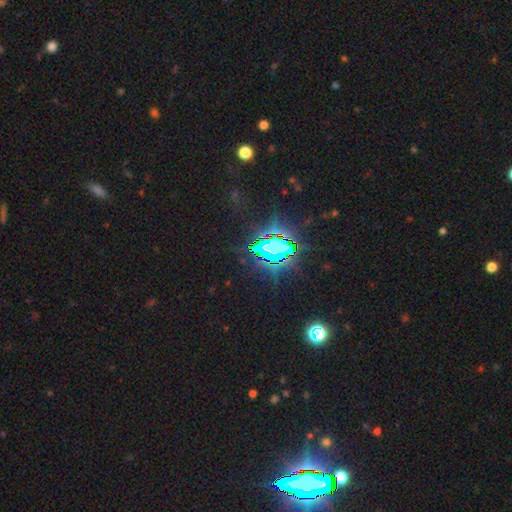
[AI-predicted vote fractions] A star or artifact, not a galaxy (86%).

Vote fractions:
- Smooth or featured? star or artifact: 86% / smooth: 8% / featured or disk: 6%